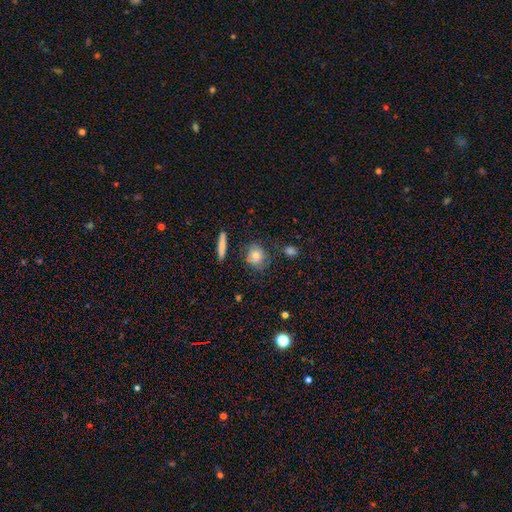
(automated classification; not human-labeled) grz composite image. It shows a smooth galaxy with no disk features (70%) that is round (76%). Merging: none (73%).